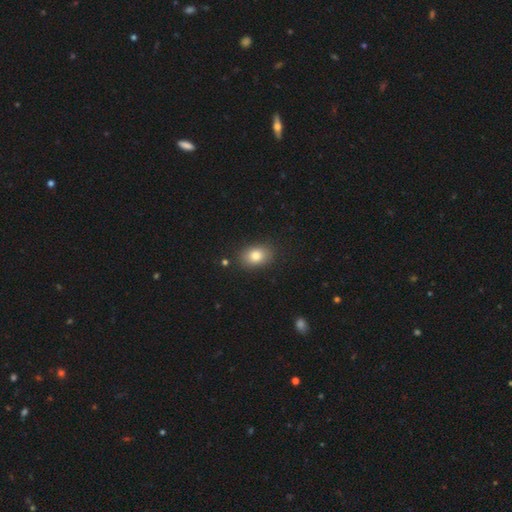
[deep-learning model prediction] smooth_or_featured: smooth (p=0.82) [alt: star or artifact p=0.09]
how_rounded: in between (p=0.76) [alt: round p=0.23]
merging: none (p=0.86) [alt: minor disturbance p=0.09]